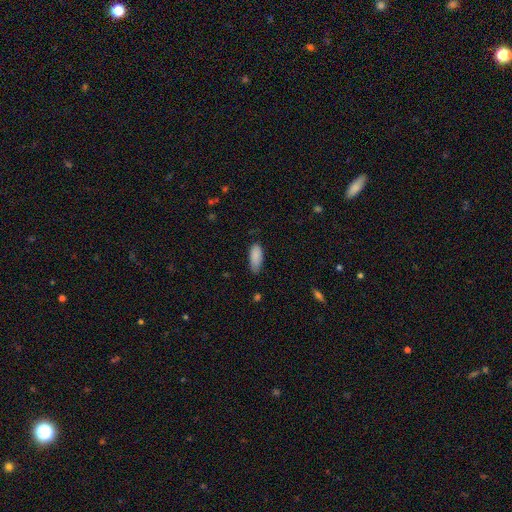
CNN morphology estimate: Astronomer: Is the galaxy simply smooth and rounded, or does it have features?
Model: smooth — 88%.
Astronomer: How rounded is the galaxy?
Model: in between — 81%.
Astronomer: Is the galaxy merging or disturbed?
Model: none — 68%.